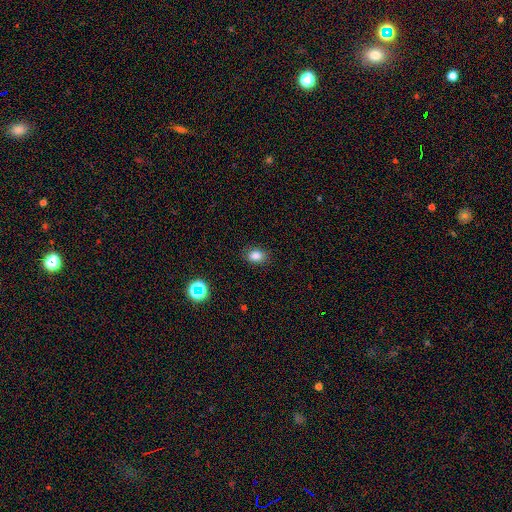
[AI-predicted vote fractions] Morphology: type=smooth (83%); roundness=in between (70%); merging=none (85%).